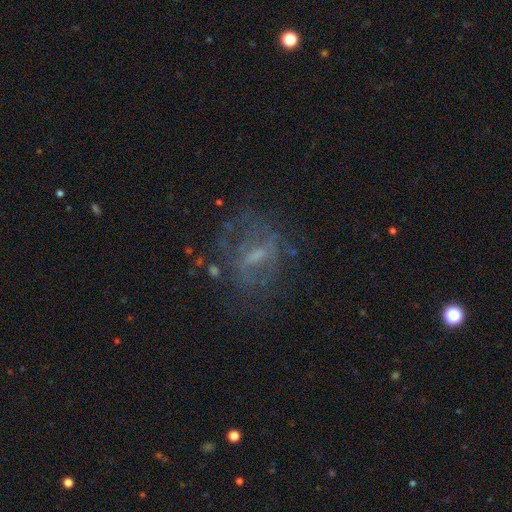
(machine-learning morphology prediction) Smooth or featured? featured or disk (60%)
Edge-on disk? no (94%)
Bar? weak (47%)
Spiral arms? no (57%)
Bulge size? small (40%)
Merging? none (59%)